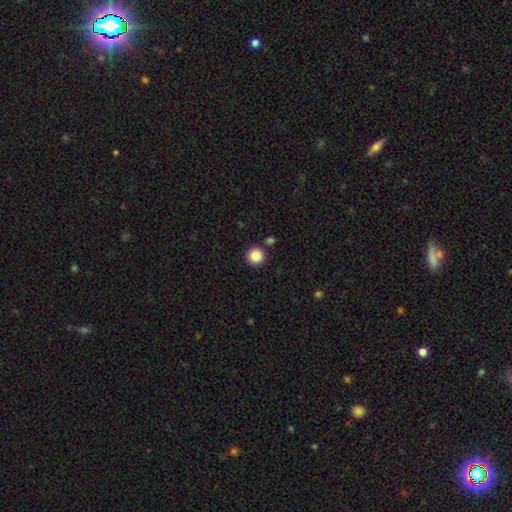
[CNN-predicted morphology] The model was most divided on "smooth or featured": smooth: 87%, star or artifact: 10%, featured or disk: 3%. More confident: how rounded — round (95%); merging — none (88%).